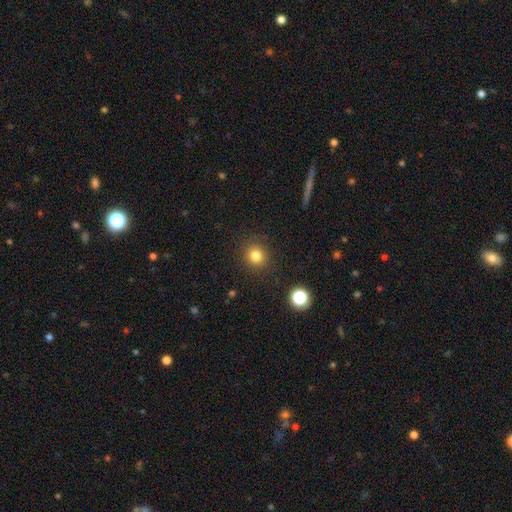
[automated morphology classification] Smooth or featured? Predicted: smooth (p=0.81). How rounded? Predicted: round (p=0.89). Merging? Predicted: none (p=0.89).